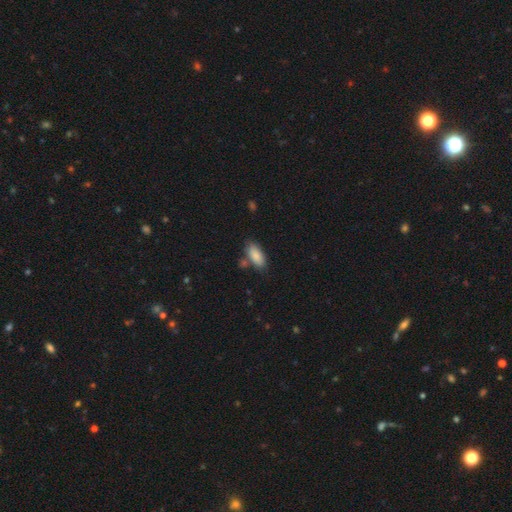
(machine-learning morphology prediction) Overall: smooth (87%). How rounded: in between (87%). Merging: none (70%).